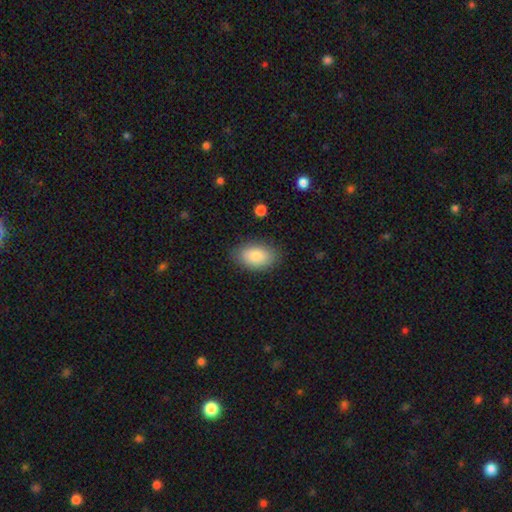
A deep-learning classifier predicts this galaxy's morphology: The model was most divided on "merging": none: 84%, minor disturbance: 11%, major disturbance: 3%, merger: 1%. More confident: how rounded — in between (91%); smooth or featured — smooth (85%).